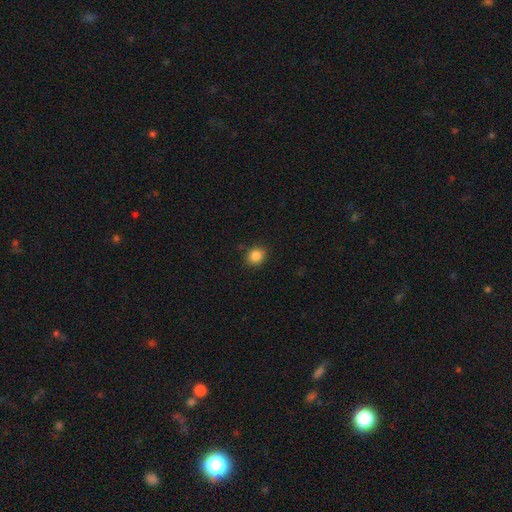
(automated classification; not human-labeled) This appears to be a smooth galaxy with no disk features (85%) that is round (85%). Merging: none (89%).